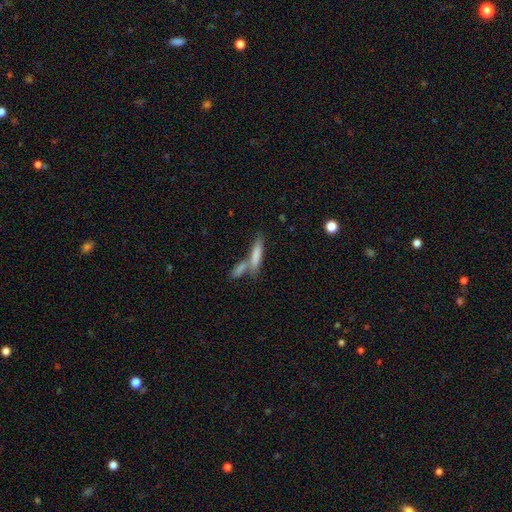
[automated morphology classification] smooth-or-featured: smooth: 75% | featured or disk: 18% | star or artifact: 7%
  how-rounded: cigar-shaped: 79% | in between: 19% | round: 2%
  merging: none: 46% | merger: 41% | minor disturbance: 9% | major disturbance: 4%